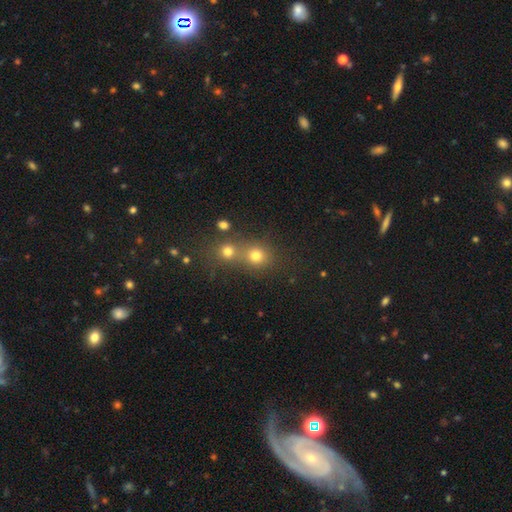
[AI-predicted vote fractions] Q: Smooth or featured?
A: smooth (71%); runner-up: star or artifact (20%)
Q: How rounded?
A: round (84%); runner-up: in between (15%)
Q: Merging?
A: none (48%); runner-up: merger (43%)